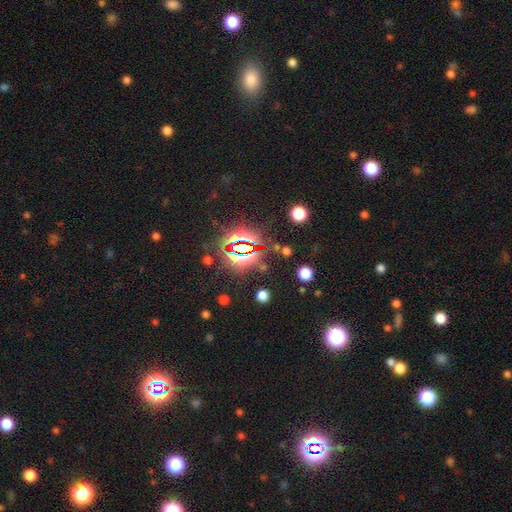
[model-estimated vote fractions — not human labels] Smooth or featured: star or artifact — 81% (smooth — 11%)